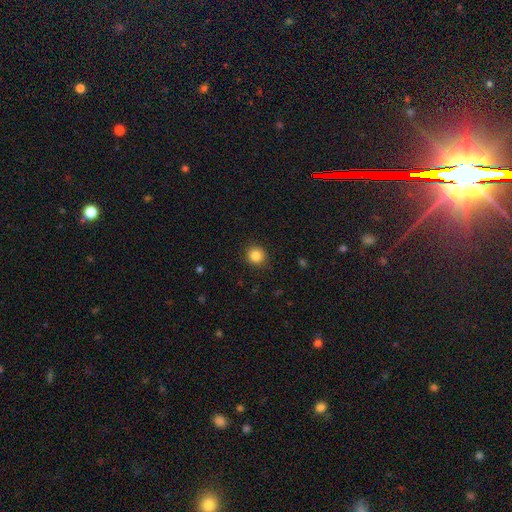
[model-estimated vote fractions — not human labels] smooth_or_featured: smooth (p=0.84) [alt: star or artifact p=0.11]
how_rounded: round (p=0.91) [alt: in between p=0.08]
merging: none (p=0.90) [alt: minor disturbance p=0.07]